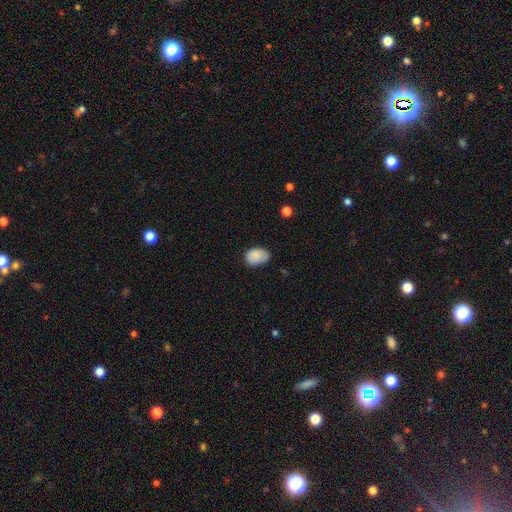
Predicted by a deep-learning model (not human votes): Smooth or featured? smooth (86%)
How rounded? in between (82%)
Merging? none (63%)